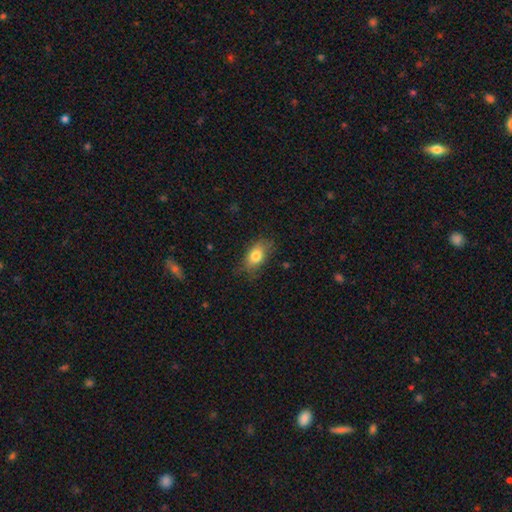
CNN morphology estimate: The model was most divided on "merging": none: 70%, minor disturbance: 23%, major disturbance: 6%, merger: 1%. More confident: how rounded — in between (84%); smooth or featured — smooth (79%).